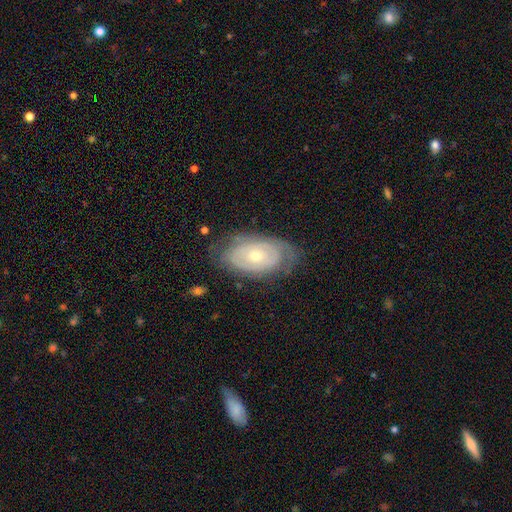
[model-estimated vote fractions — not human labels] Smooth or featured: featured or disk — 70% (smooth — 24%)
Edge-on disk: no — 94% (yes — 6%)
Bar: no — 83% (weak — 14%)
Spiral arms: yes — 64% (no — 36%)
Bulge size: moderate — 50% (small — 46%)
Merging: none — 71% (minor disturbance — 20%)